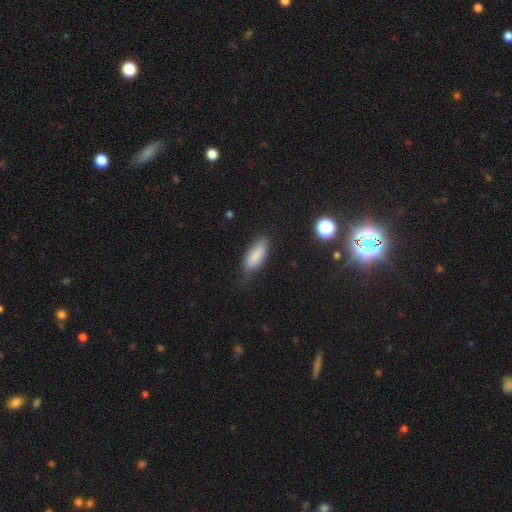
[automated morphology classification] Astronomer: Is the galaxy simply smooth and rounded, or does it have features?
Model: smooth — 83%.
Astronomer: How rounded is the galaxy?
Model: in between — 77%.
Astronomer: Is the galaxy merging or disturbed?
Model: none — 63%.